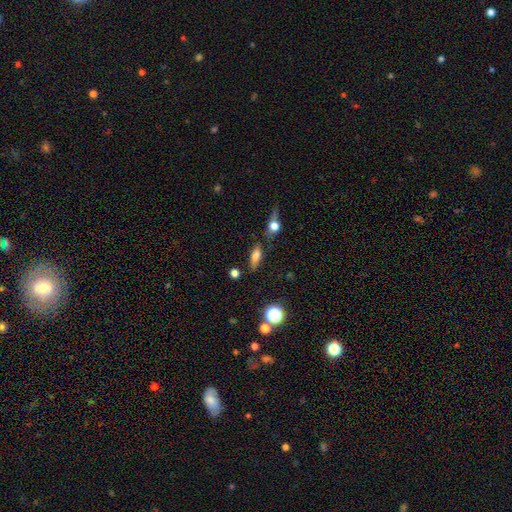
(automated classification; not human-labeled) Smooth or featured? Predicted: smooth (p=0.72). How rounded? Predicted: in between (p=0.62). Merging? Predicted: none (p=0.60).